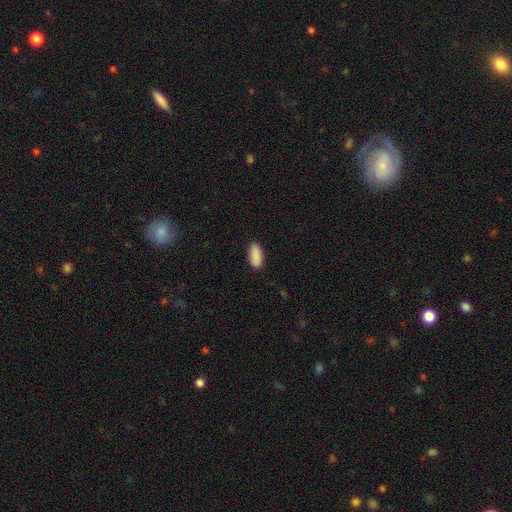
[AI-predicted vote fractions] This is clearly a smooth galaxy (90%). How rounded: clearly in between (84%). Merging: clearly none (86%).